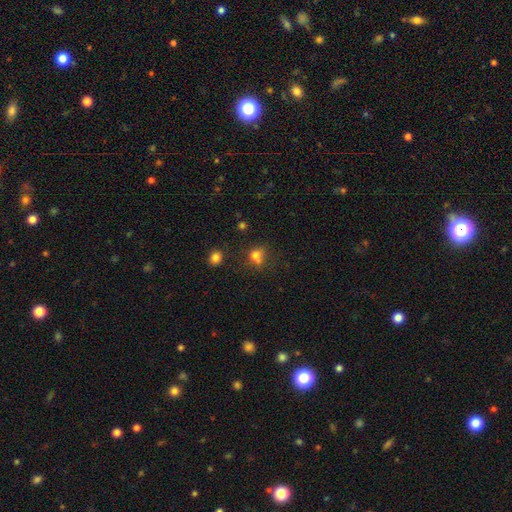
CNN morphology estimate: smooth-or-featured: smooth: 70% | star or artifact: 18% | featured or disk: 12%
  how-rounded: round: 72% | in between: 27% | cigar-shaped: 1%
  merging: none: 48% | merger: 30% | minor disturbance: 14% | major disturbance: 7%